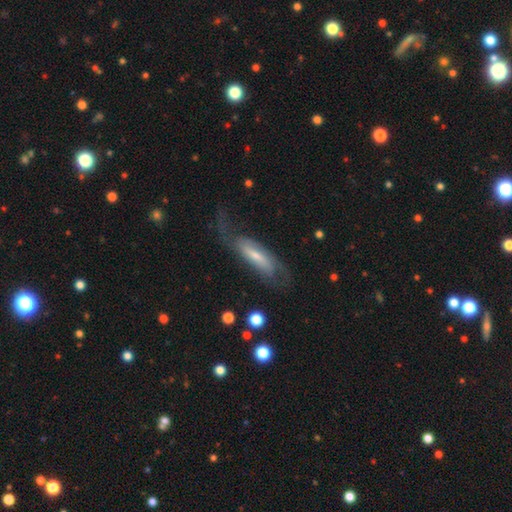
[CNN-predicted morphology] smooth_or_featured: featured or disk (p=0.70) [alt: smooth p=0.24]
disk_edge_on: no (p=0.79) [alt: yes p=0.21]
bar: weak (p=0.40) [alt: no p=0.35]
has_spiral_arms: yes (p=0.89) [alt: no p=0.11]
bulge_size: small (p=0.54) [alt: moderate p=0.32]
merging: none (p=0.53) [alt: major disturbance p=0.24]